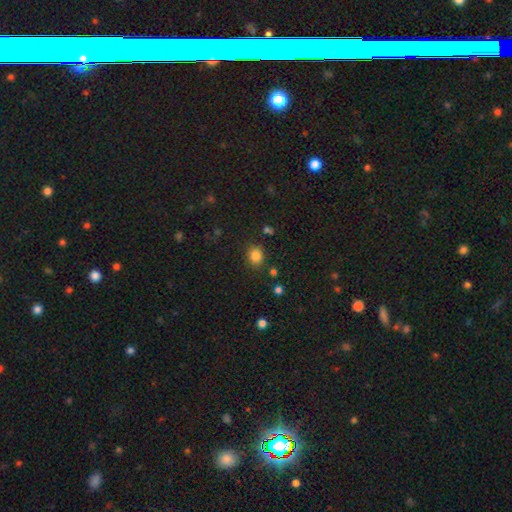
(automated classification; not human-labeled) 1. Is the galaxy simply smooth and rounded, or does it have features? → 83% smooth, 12% star or artifact, 4% featured or disk.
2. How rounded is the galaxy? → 66% round, 34% in between, 1% cigar-shaped.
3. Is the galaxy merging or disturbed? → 83% none, 10% minor disturbance, 3% major disturbance, 3% merger.